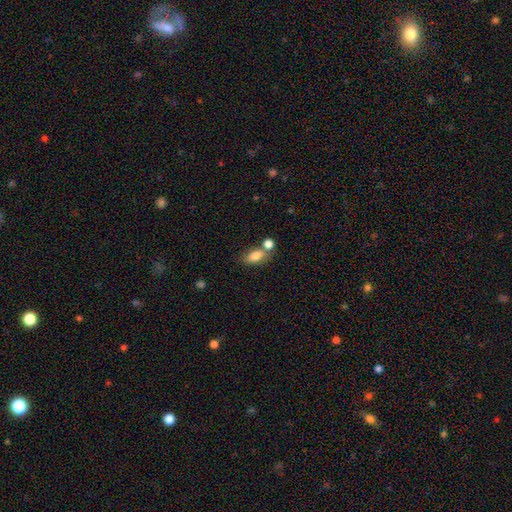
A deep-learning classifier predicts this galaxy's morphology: Smooth or featured? smooth (80%)
How rounded? in between (86%)
Merging? none (53%)